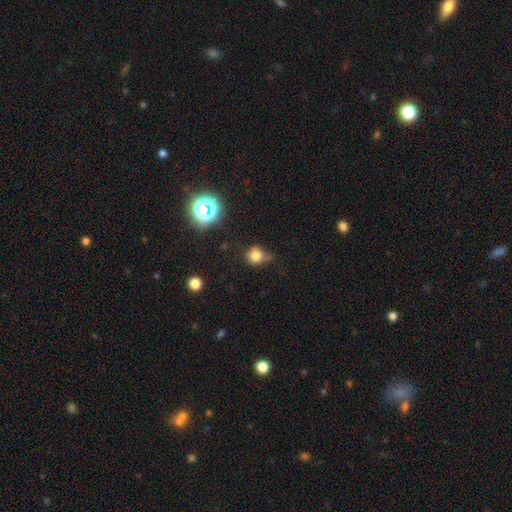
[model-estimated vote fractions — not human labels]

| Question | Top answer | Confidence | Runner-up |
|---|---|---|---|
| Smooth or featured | smooth | 77% | star or artifact (16%) |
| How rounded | round | 83% | in between (16%) |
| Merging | none | 54% | minor disturbance (30%) |